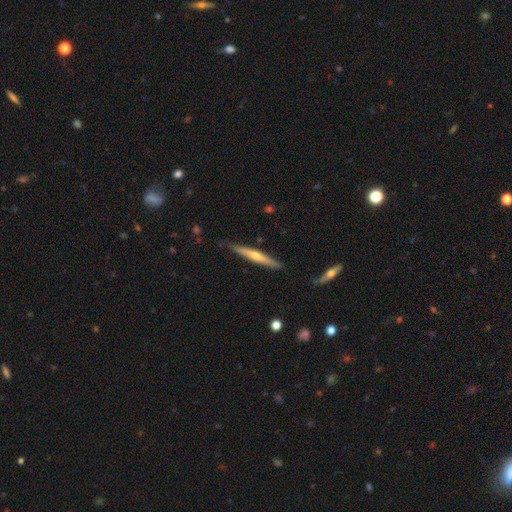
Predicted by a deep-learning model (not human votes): smooth_or_featured: featured or disk (p=0.63) [alt: smooth p=0.31]
disk_edge_on: yes (p=0.97) [alt: no p=0.03]
edge_on_bulge: rounded (p=0.73) [alt: none p=0.22]
merging: none (p=0.84) [alt: minor disturbance p=0.12]